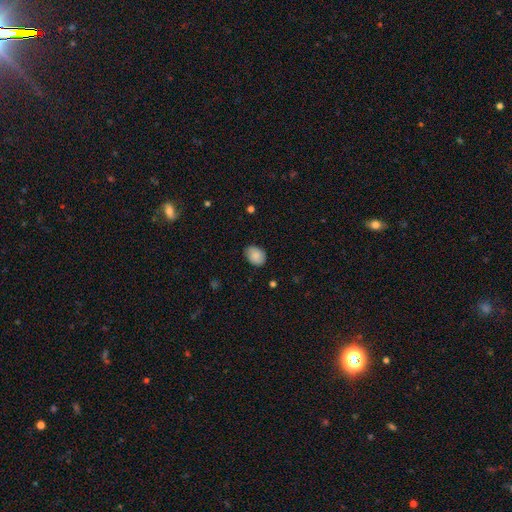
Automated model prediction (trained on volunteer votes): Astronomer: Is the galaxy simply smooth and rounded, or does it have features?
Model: smooth — 86%.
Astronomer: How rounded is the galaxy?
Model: in between — 71%.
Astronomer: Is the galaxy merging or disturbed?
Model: none — 79%.